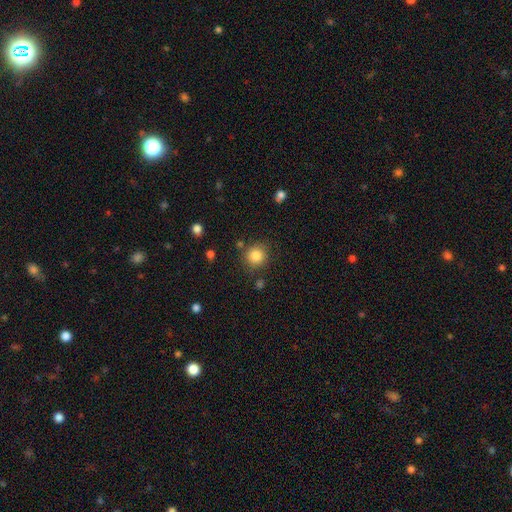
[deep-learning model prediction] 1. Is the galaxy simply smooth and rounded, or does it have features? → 84% smooth, 11% star or artifact, 6% featured or disk.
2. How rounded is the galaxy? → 91% round, 8% in between, 1% cigar-shaped.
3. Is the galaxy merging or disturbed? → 83% none, 9% minor disturbance, 4% merger, 3% major disturbance.